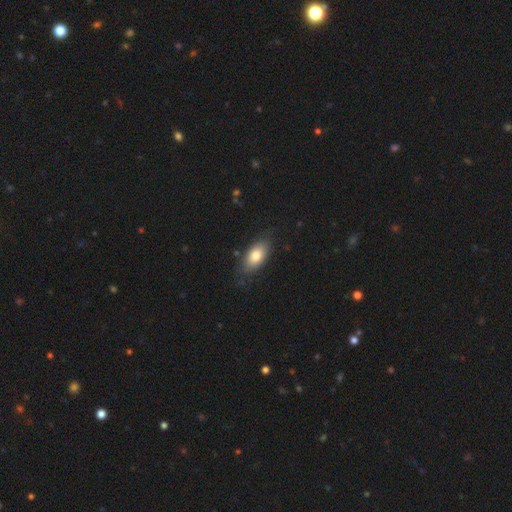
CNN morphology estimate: Smooth or featured? smooth (76%)
How rounded? in between (90%)
Merging? none (77%)